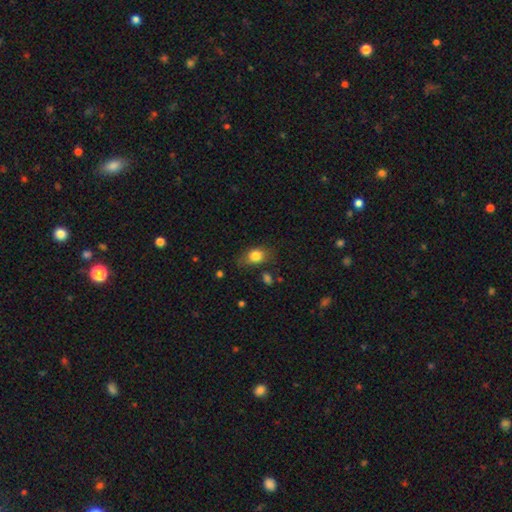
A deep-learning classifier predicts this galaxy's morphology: Q: Smooth or featured?
A: smooth (81%); runner-up: featured or disk (10%)
Q: How rounded?
A: in between (69%); runner-up: round (29%)
Q: Merging?
A: none (67%); runner-up: minor disturbance (23%)